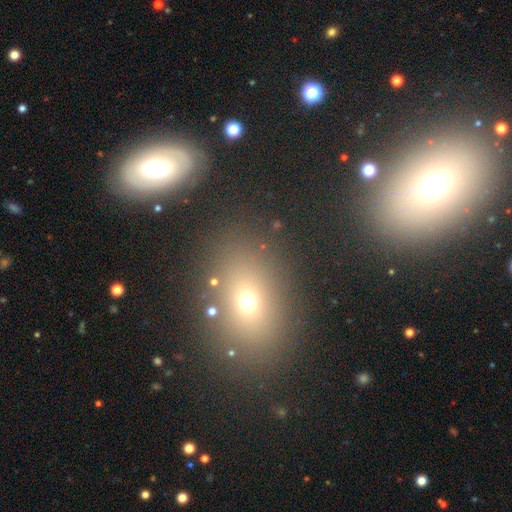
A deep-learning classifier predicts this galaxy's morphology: A smooth galaxy with no disk features (58%) that is in between round and cigar-shaped (78%).

Vote fractions:
- Smooth or featured? smooth: 58% / star or artifact: 25% / featured or disk: 17%
- How rounded? in between: 78% / round: 20% / cigar-shaped: 3%
- Merging? none: 79% / minor disturbance: 11% / merger: 6% / major disturbance: 4%